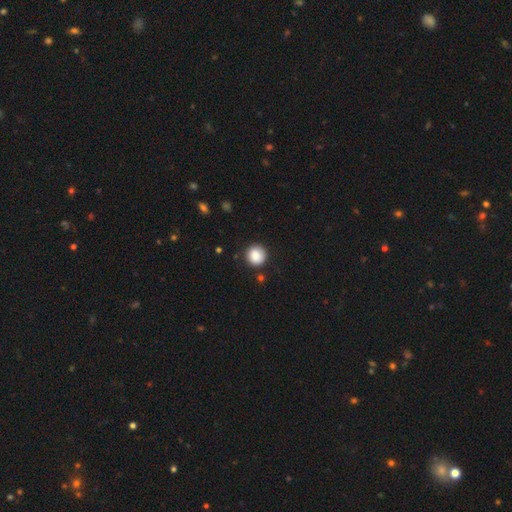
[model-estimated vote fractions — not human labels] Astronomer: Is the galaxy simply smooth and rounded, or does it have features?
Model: smooth — 87%.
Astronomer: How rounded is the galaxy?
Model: round — 92%.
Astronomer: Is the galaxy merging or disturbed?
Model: none — 87%.